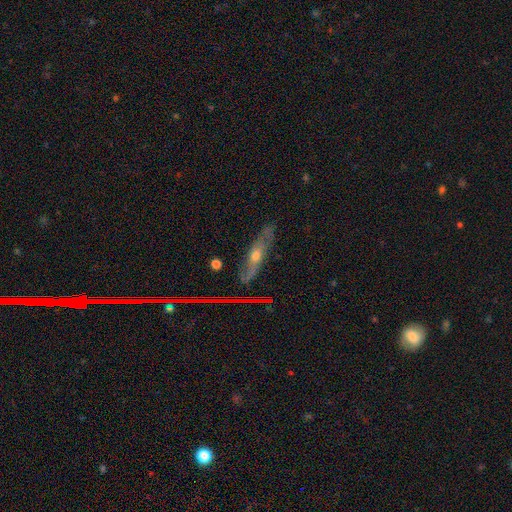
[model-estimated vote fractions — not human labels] This is likely a featured or disk galaxy (65%). It is possibly viewed edge-on (58%). Merging: likely none (76%).